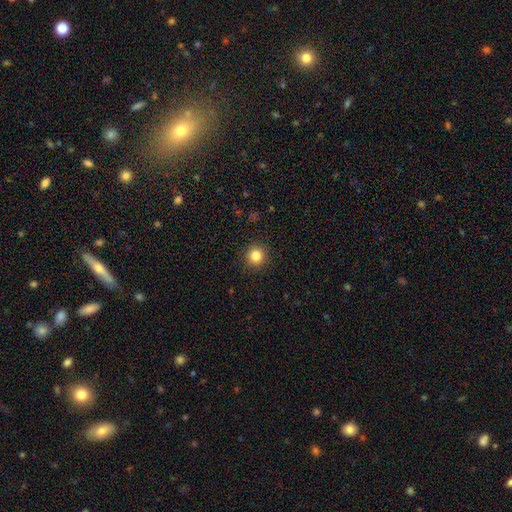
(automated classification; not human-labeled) smooth 84%, star or artifact 11%, featured or disk 5%. Down the decision tree: how rounded — round (94%); merging — none (91%).